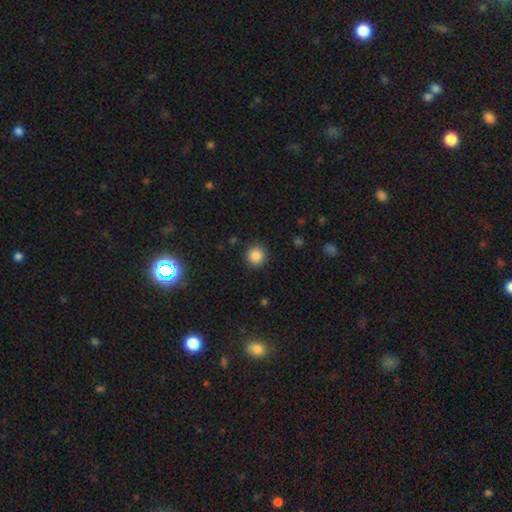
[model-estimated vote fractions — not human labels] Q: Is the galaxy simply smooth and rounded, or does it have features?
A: smooth — 85%.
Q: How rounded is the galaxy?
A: round — 94%.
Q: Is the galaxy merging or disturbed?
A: none — 91%.